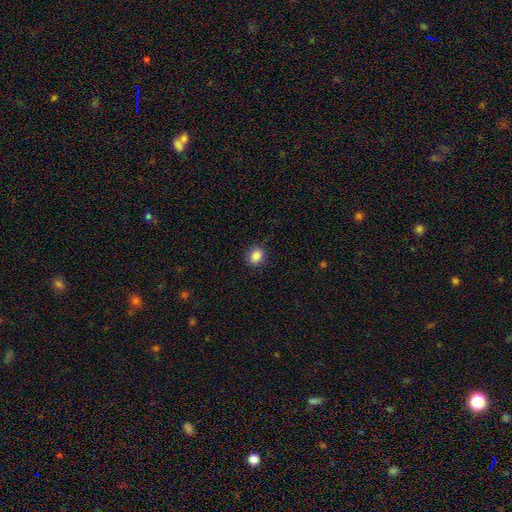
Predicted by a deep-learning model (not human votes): smooth-or-featured: smooth: 86% | star or artifact: 10% | featured or disk: 4%
  how-rounded: round: 65% | in between: 34% | cigar-shaped: 1%
  merging: none: 85% | minor disturbance: 11% | major disturbance: 3% | merger: 1%